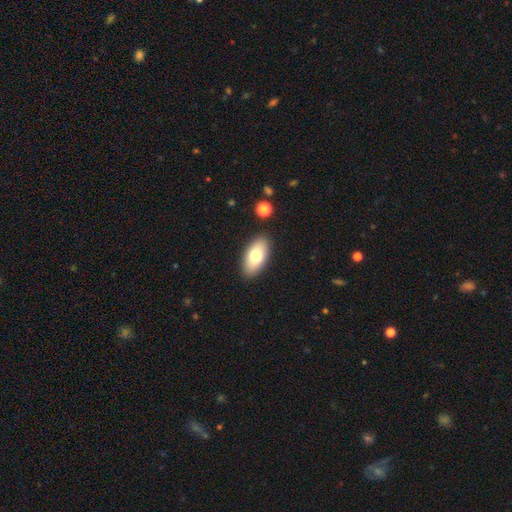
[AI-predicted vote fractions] The model was most divided on "smooth or featured": smooth: 74%, featured or disk: 19%, star or artifact: 7%. More confident: how rounded — in between (92%); merging — none (88%).